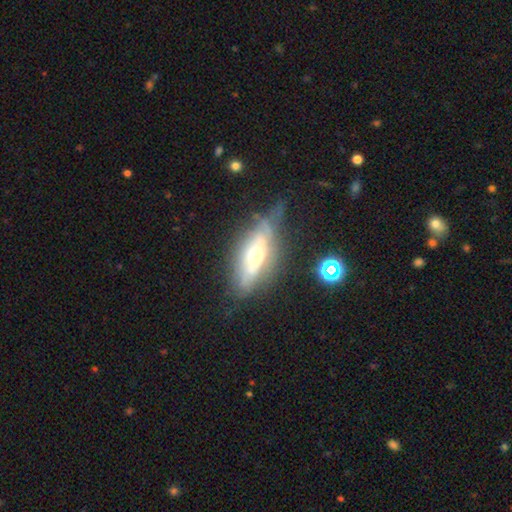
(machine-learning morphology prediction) A featured or disk galaxy (67%) viewed edge-on (50%, tied with no).

Vote fractions:
- Smooth or featured? featured or disk: 67% / smooth: 25% / star or artifact: 7%
- Edge-on disk? yes: 50% (tied) / no: 50% (tied)
- Merging? none: 51% / minor disturbance: 30% / major disturbance: 15% / merger: 4%